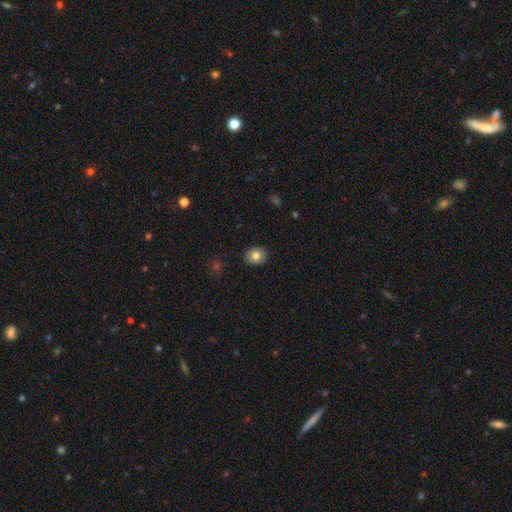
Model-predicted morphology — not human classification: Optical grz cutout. It shows a smooth galaxy with no disk features (80%) that is round (55%). Merging: none (90%).